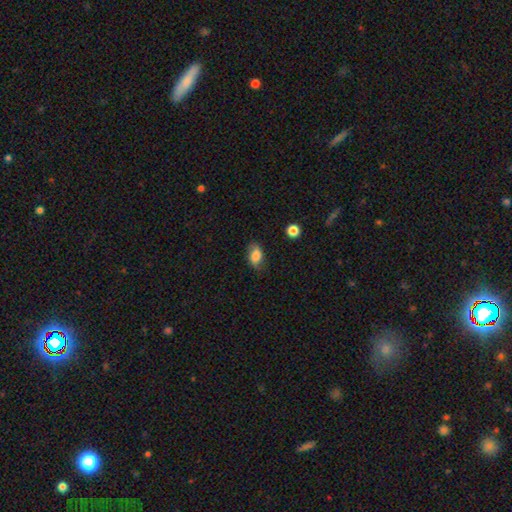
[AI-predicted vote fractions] Morphology: type=smooth (78%); roundness=in between (87%); merging=none (75%).